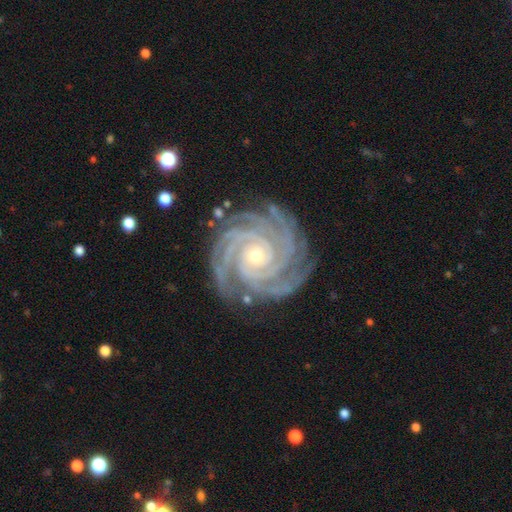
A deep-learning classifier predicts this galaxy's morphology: This appears to be a featured or disk galaxy (93%) with no bar (71%), 4 (34%) tight (86%) spiral arms (99%) and a small central bulge (59%). Merging: none (84%).